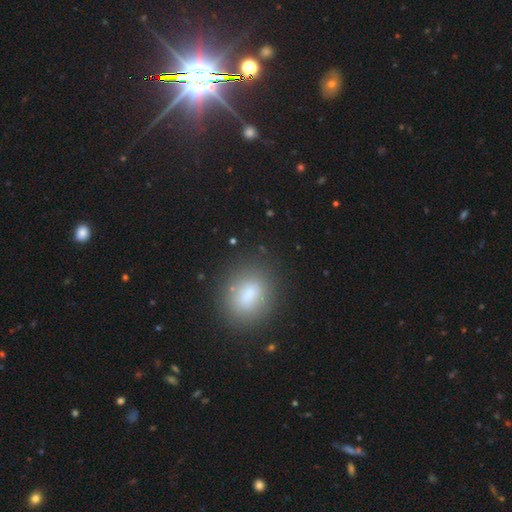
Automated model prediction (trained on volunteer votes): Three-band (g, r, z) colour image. It shows a smooth galaxy with no disk features (56%) that is round (58%). Merging: none (90%).